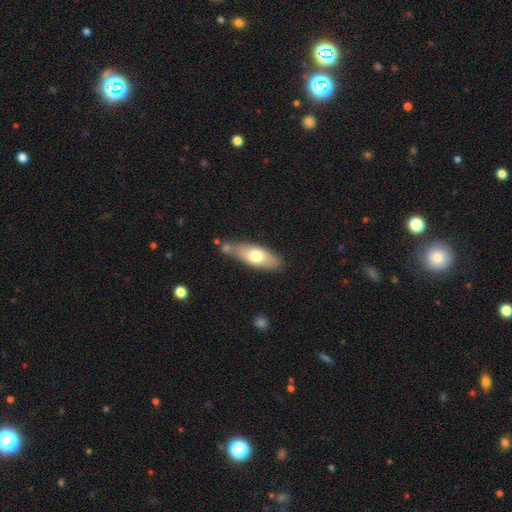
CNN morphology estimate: smooth 65%, featured or disk 29%, star or artifact 6%. Down the decision tree: how rounded — in between (67%); merging — none (62%).